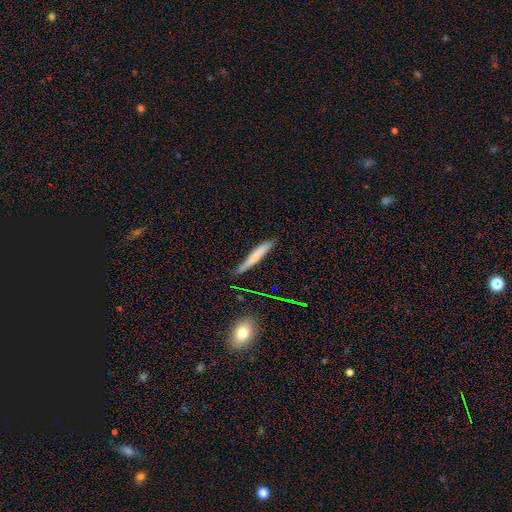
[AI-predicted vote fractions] Smooth or featured?
  - smooth: 64% *
  - featured or disk: 28%
  - star or artifact: 8%
How rounded?
  - cigar-shaped: 93% *
  - in between: 5%
  - round: 2%
Merging?
  - none: 77% *
  - minor disturbance: 17%
  - major disturbance: 3%
  - merger: 2%